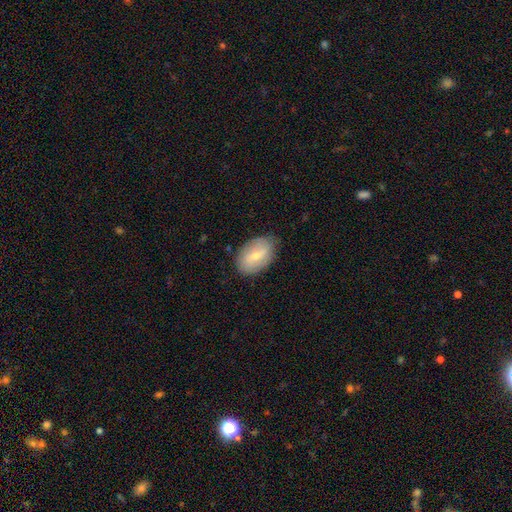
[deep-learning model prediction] smooth 55%, featured or disk 38%, star or artifact 7%. Down the decision tree: how rounded — in between (89%); merging — none (80%).